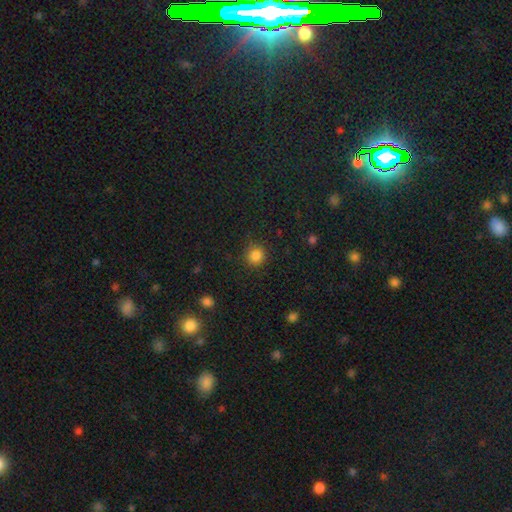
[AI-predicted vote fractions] The model was most divided on "smooth or featured": smooth: 84%, star or artifact: 12%, featured or disk: 4%. More confident: how rounded — round (92%); merging — none (88%).